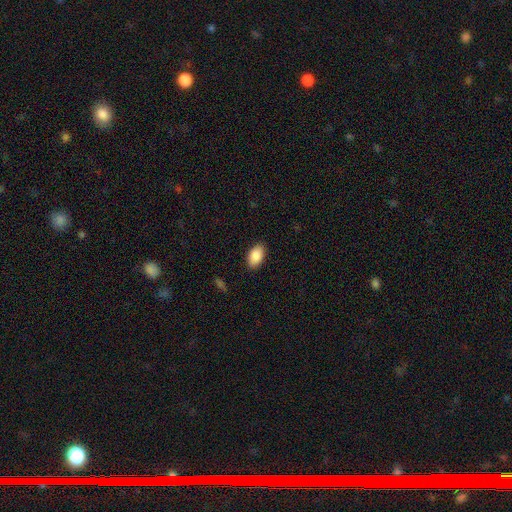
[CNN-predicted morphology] smooth_or_featured: smooth (p=0.88) [alt: star or artifact p=0.07]
how_rounded: in between (p=0.94) [alt: round p=0.05]
merging: none (p=0.88) [alt: minor disturbance p=0.09]